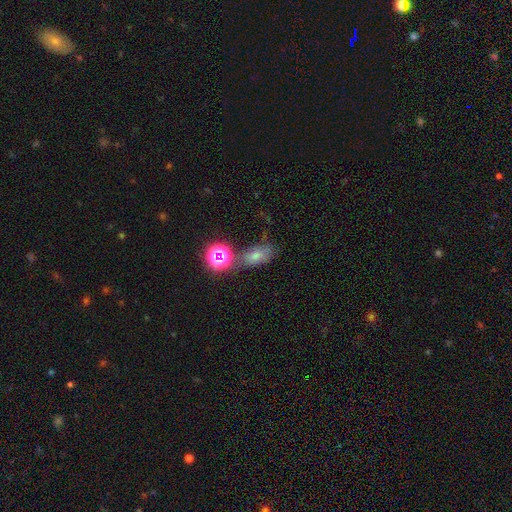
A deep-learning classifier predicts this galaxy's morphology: Smooth or featured?
  - smooth: 62% *
  - star or artifact: 24%
  - featured or disk: 14%
How rounded?
  - in between: 80% *
  - round: 15%
  - cigar-shaped: 4%
Merging?
  - none: 50% *
  - minor disturbance: 22%
  - merger: 16%
  - major disturbance: 12%